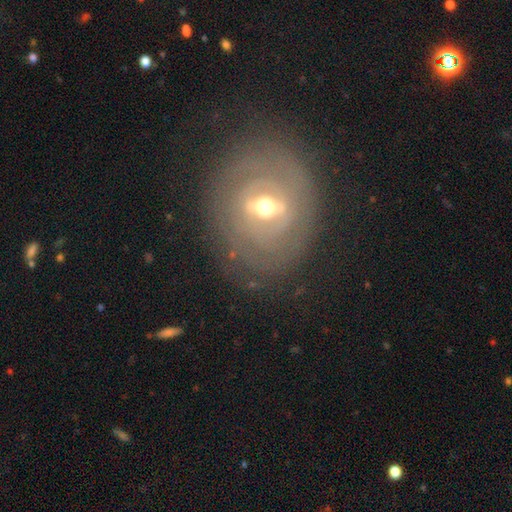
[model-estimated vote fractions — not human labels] Smooth or featured? featured or disk (71%)
Edge-on disk? no (93%)
Bar? weak (50%)
Spiral arms? yes (63%)
Bulge size? moderate (60%)
Merging? none (79%)